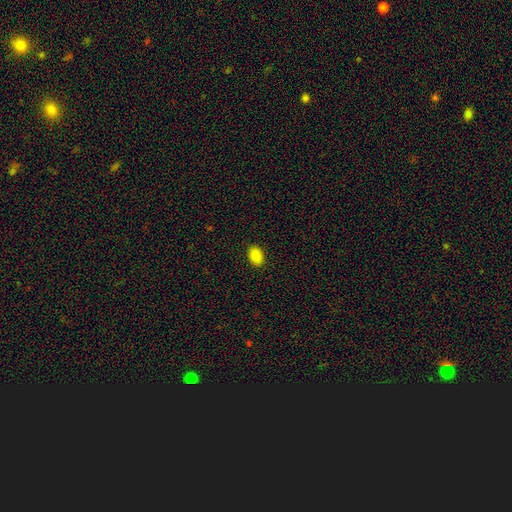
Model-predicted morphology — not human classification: The model was most divided on "how rounded": in between: 87%, round: 11%, cigar-shaped: 1%. More confident: merging — none (90%); smooth or featured — smooth (89%).